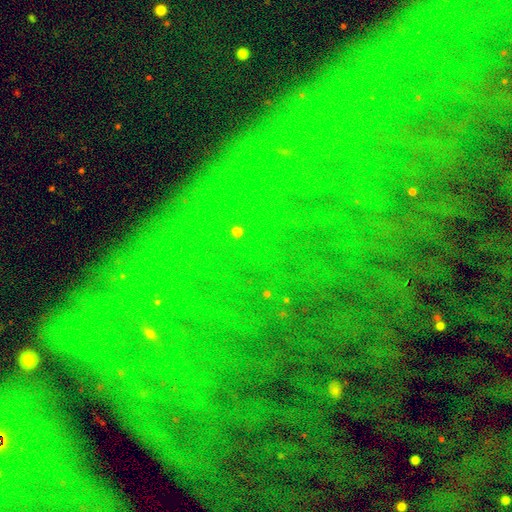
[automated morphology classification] Q: Smooth or featured?
A: star or artifact (83%); runner-up: featured or disk (9%)